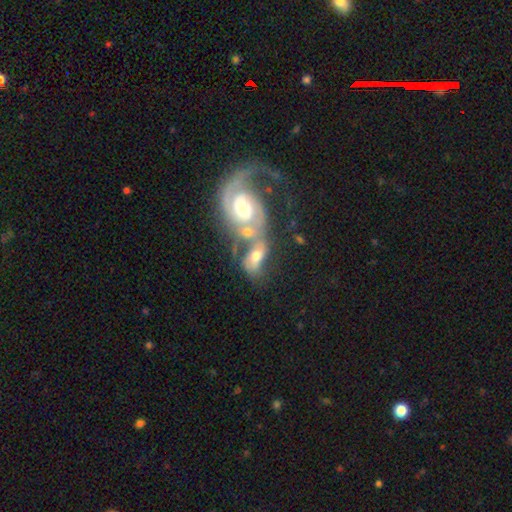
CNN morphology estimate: Smooth or featured: featured or disk — 76% (smooth — 18%)
Edge-on disk: no — 95% (yes — 5%)
Bar: no — 55% (weak — 34%)
Spiral arms: yes — 89% (no — 11%)
Spiral winding: medium — 41% (tight — 36%)
Spiral arm count: 2 — 66% (1 — 16%)
Bulge size: moderate — 65% (small — 17%)
Merging: merger — 72% (none — 13%)